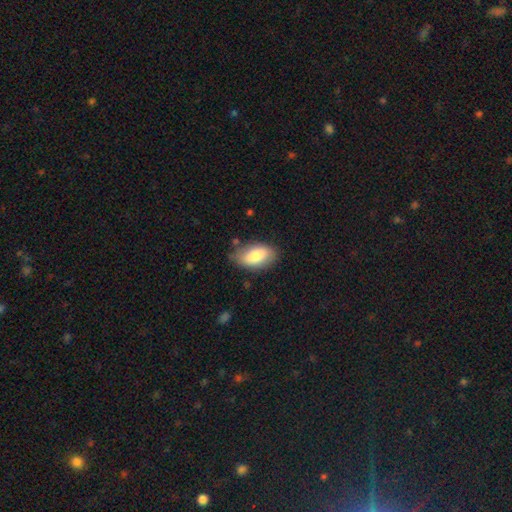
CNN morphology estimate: This is clearly a smooth galaxy (81%). How rounded: clearly in between (93%). Merging: likely none (77%).